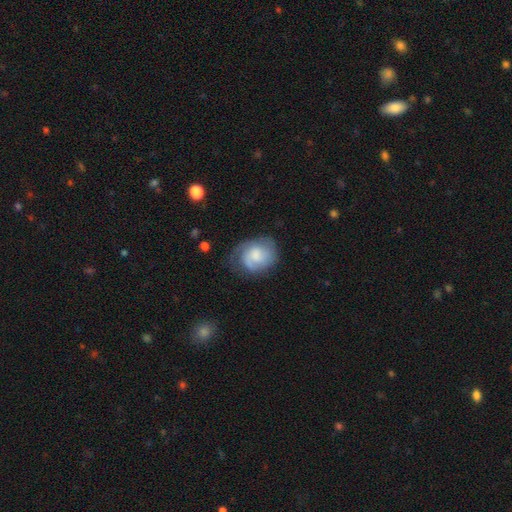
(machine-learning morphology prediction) Overall: featured or disk (54%; smooth 39%). Edge-on disk: no (98%). Bar: no (64%; weak 32%). Spiral arms: yes (87%). Bulge size: moderate (37%; small 29%). Merging: none (56%; minor disturbance 27%).